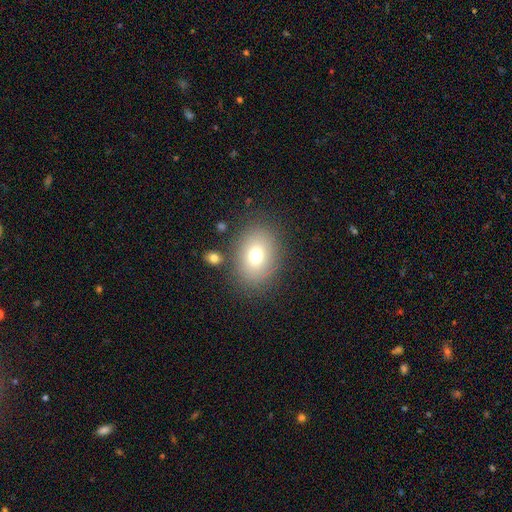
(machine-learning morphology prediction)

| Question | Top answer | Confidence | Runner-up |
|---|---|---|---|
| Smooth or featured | smooth | 73% | featured or disk (14%) |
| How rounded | in between | 61% | round (38%) |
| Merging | none | 81% | minor disturbance (10%) |